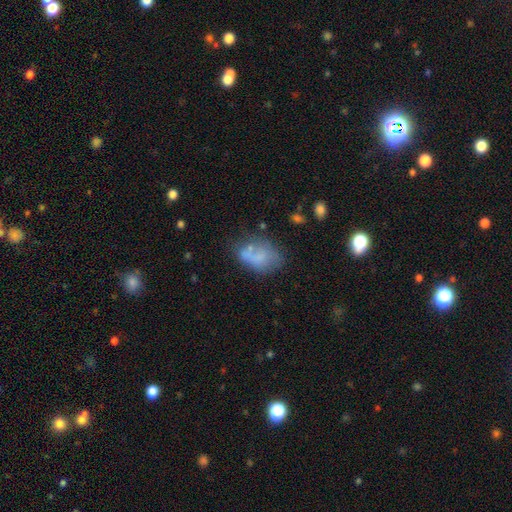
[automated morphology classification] The model was most divided on "merging": none: 39%, minor disturbance: 26%, merger: 18%, major disturbance: 17%. More confident: how rounded — in between (84%); smooth or featured — smooth (62%).